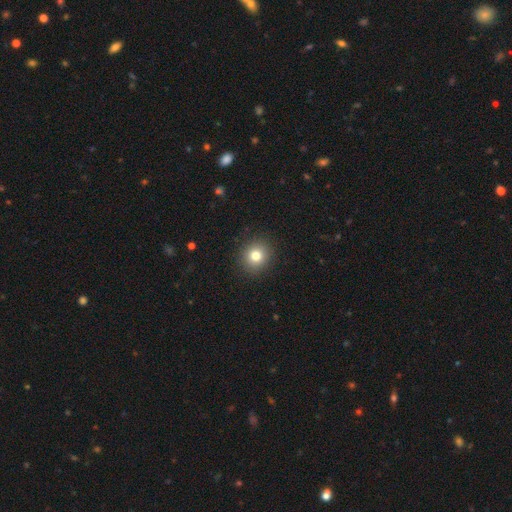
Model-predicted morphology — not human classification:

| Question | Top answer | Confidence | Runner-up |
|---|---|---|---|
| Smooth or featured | smooth | 80% | star or artifact (12%) |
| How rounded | round | 87% | in between (12%) |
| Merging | none | 91% | minor disturbance (6%) |